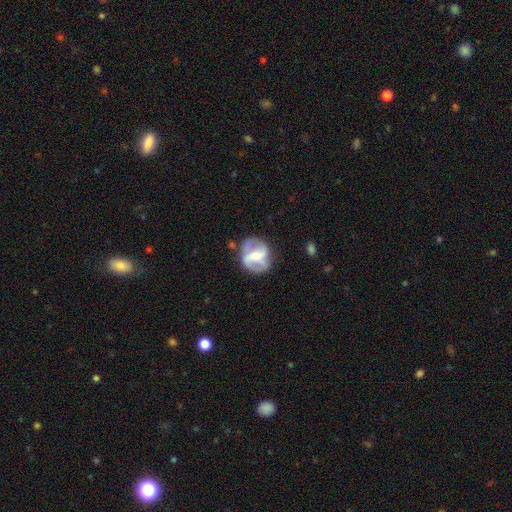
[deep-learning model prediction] This appears to be a featured or disk galaxy (74%) with a strong bar (53%), spiral arms (71%) and a moderate central bulge (49%). Merging: none (64%).